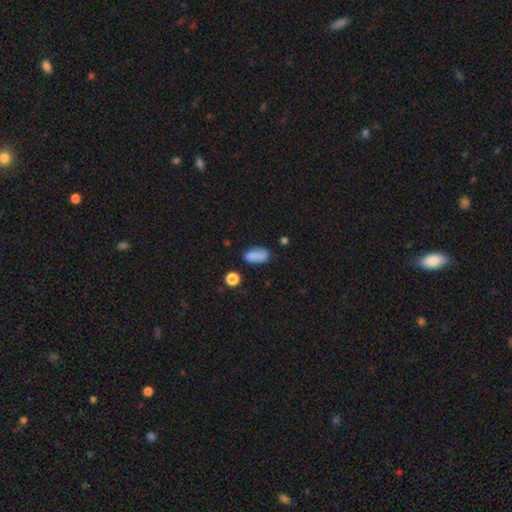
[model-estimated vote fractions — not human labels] Smooth or featured? smooth (81%)
How rounded? in between (88%)
Merging? none (67%)